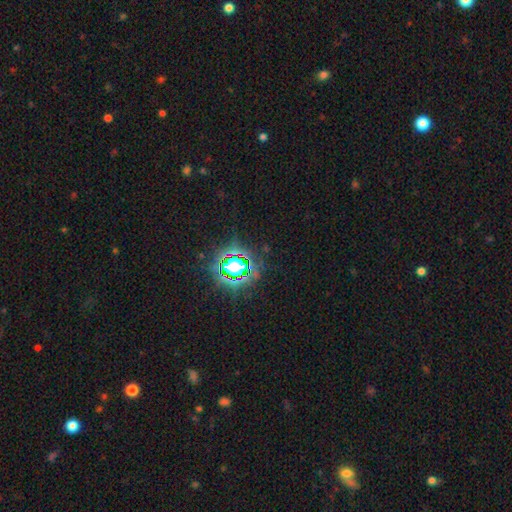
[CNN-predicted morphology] This is clearly a star or artifact rather than a galaxy (81%).